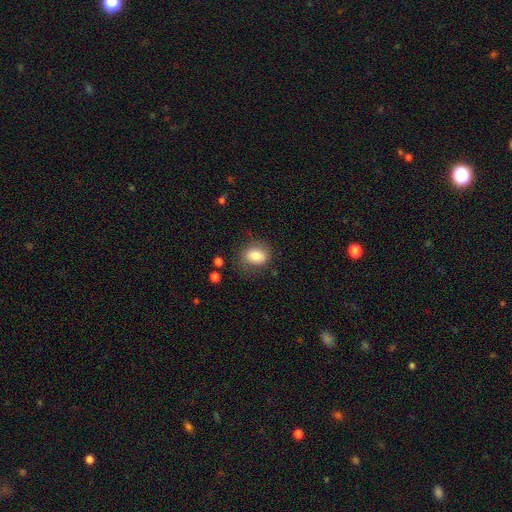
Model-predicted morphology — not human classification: A smooth galaxy with no disk features (81%) that is in between round and cigar-shaped (56%). Merging: none (74%).